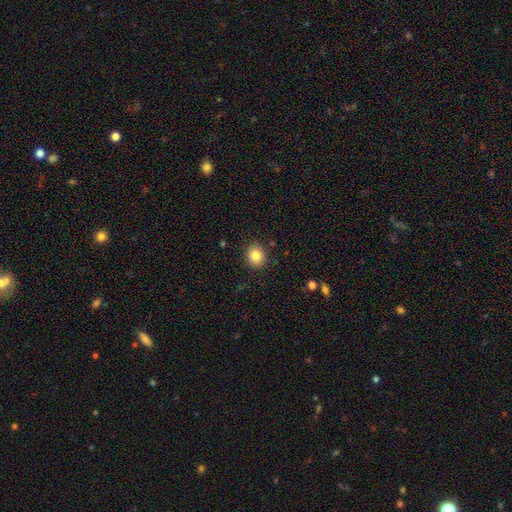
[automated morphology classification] A smooth galaxy with no disk features (83%) that is round (76%). Merging: none (89%).